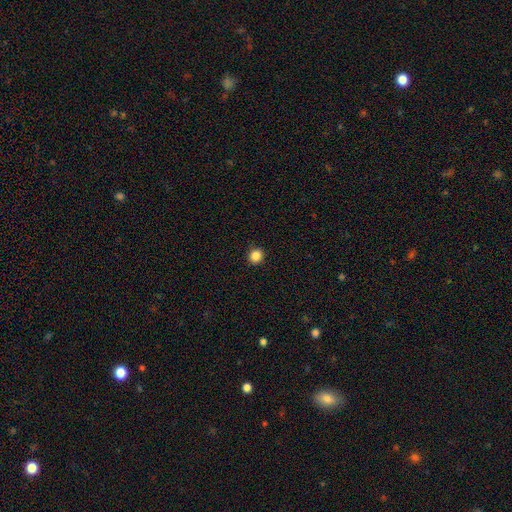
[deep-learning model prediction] Smooth or featured?
  - smooth: 86% *
  - star or artifact: 11%
  - featured or disk: 3%
How rounded?
  - round: 87% *
  - in between: 12%
  - cigar-shaped: 1%
Merging?
  - none: 91% *
  - minor disturbance: 6%
  - major disturbance: 2%
  - merger: 1%